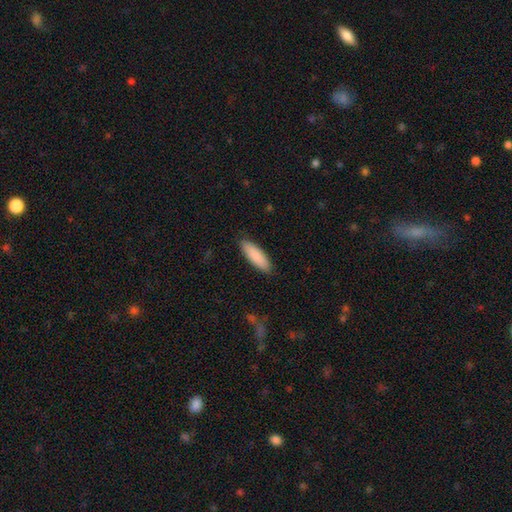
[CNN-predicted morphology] The model was most divided on "how rounded": in between: 51%, cigar-shaped: 48%, round: 1%. More confident: merging — none (89%); smooth or featured — smooth (89%).